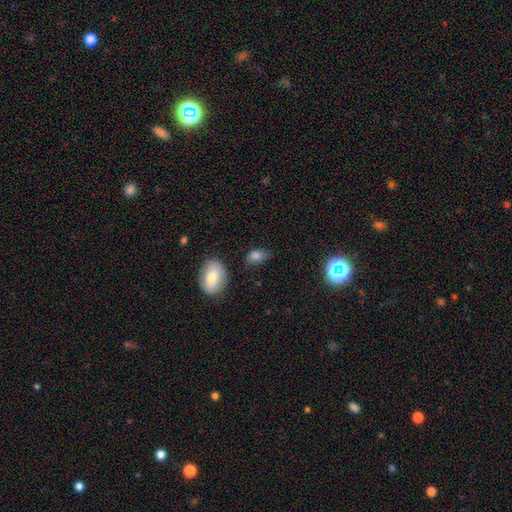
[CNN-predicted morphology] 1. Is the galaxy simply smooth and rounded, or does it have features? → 81% smooth, 11% star or artifact, 8% featured or disk.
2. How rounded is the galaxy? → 85% in between, 13% round, 2% cigar-shaped.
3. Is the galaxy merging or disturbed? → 63% none, 26% minor disturbance, 7% major disturbance, 4% merger.